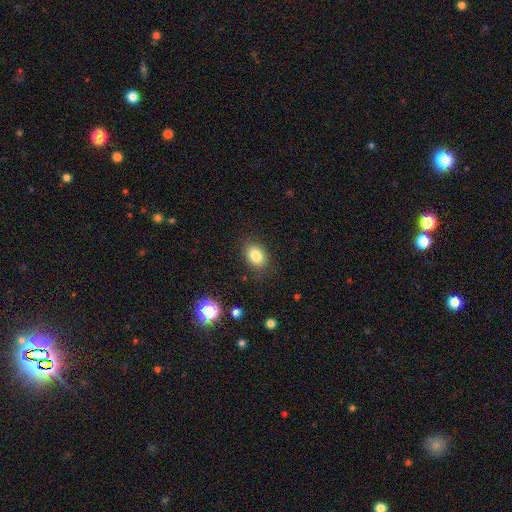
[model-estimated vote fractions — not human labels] Overall: smooth (83%). How rounded: in between (71%). Merging: none (84%).